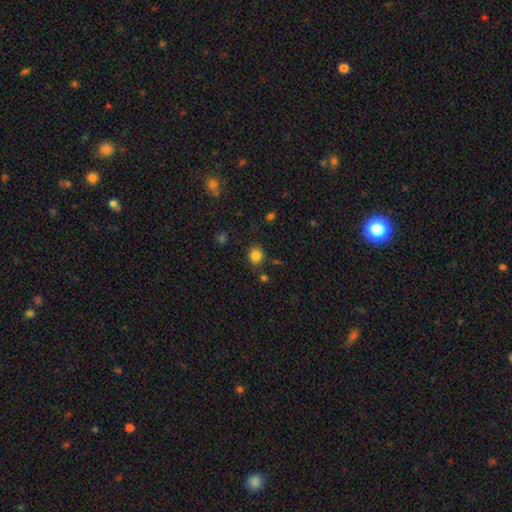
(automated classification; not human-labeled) A smooth galaxy with no disk features (84%) that is round (76%). Merging: none (82%).